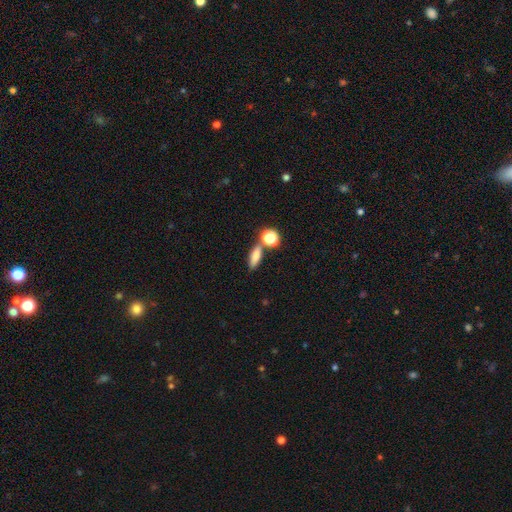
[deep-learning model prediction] Overall: smooth (78%). How rounded: in between (58%; cigar-shaped 28%). Merging: none (63%).